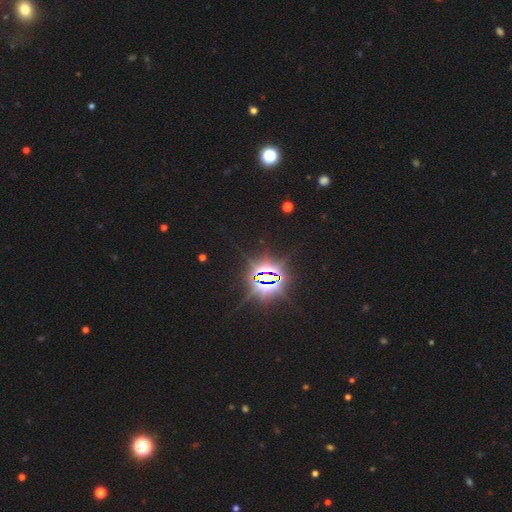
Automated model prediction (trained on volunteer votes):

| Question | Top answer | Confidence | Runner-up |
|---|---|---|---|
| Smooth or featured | star or artifact | 87% | smooth (8%) |